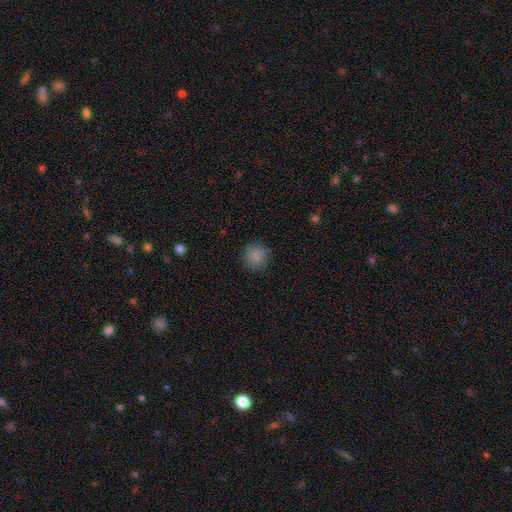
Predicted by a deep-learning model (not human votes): smooth-or-featured: smooth: 86% | star or artifact: 10% | featured or disk: 4%
  how-rounded: round: 90% | in between: 9% | cigar-shaped: 1%
  merging: none: 85% | minor disturbance: 11% | major disturbance: 3% | merger: 1%